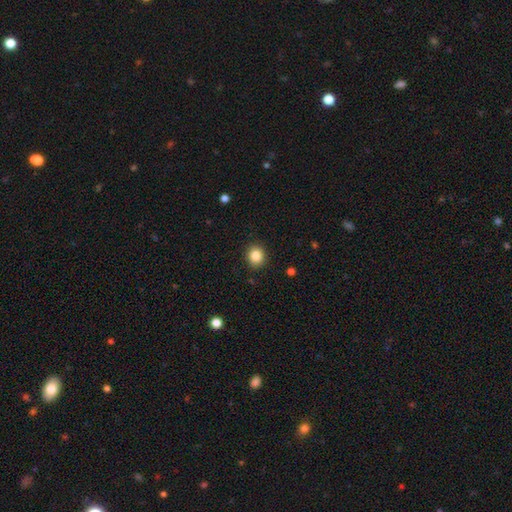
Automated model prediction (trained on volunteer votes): smooth 85%, star or artifact 10%, featured or disk 5%. Down the decision tree: how rounded — round (79%); merging — none (90%).